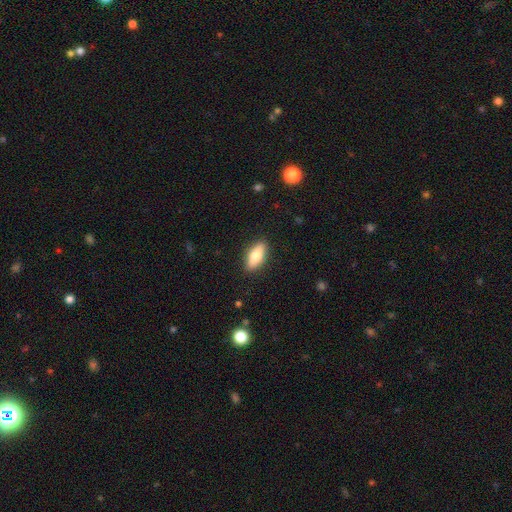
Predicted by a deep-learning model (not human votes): Smooth or featured? smooth (74%)
How rounded? in between (80%)
Merging? none (88%)